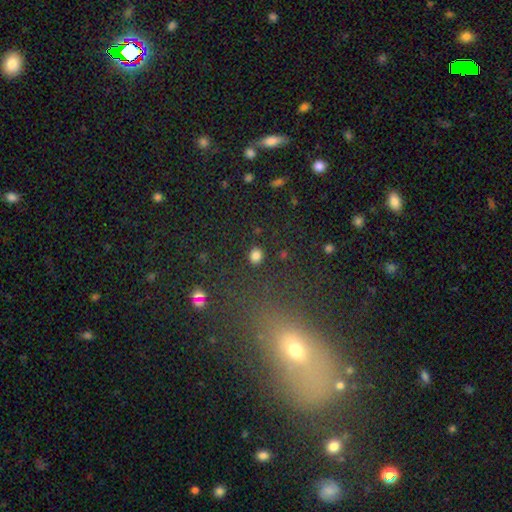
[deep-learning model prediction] The model was most divided on "how rounded": round: 67%, in between: 32%, cigar-shaped: 1%. More confident: merging — none (88%); smooth or featured — smooth (82%).